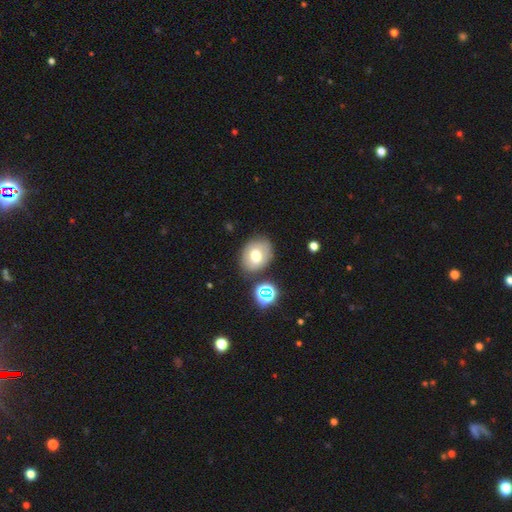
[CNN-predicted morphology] A smooth galaxy with no disk features (69%) that is in between round and cigar-shaped (57%). Merging: none (76%).